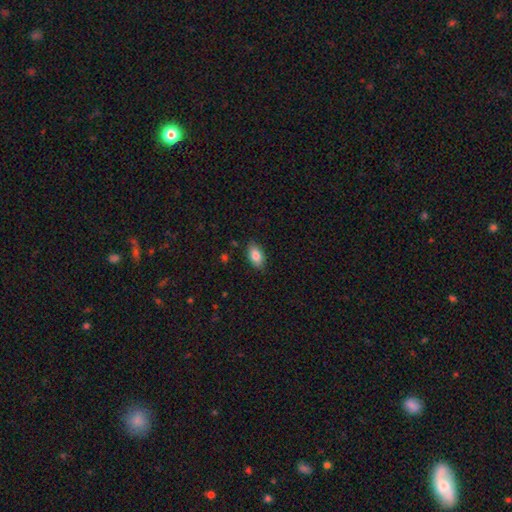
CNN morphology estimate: A smooth galaxy with no disk features (84%) that is in between round and cigar-shaped (92%).

Vote fractions:
- Smooth or featured? smooth: 84% / featured or disk: 9% / star or artifact: 7%
- How rounded? in between: 92% / round: 5% / cigar-shaped: 4%
- Merging? none: 86% / minor disturbance: 11% / major disturbance: 2% / merger: 1%